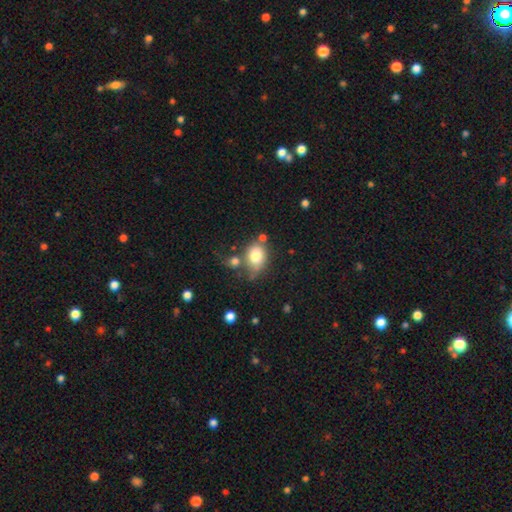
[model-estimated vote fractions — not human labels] The model was most divided on "how rounded": in between: 59%, round: 39%, cigar-shaped: 1%. More confident: smooth or featured — smooth (79%); merging — none (54%).